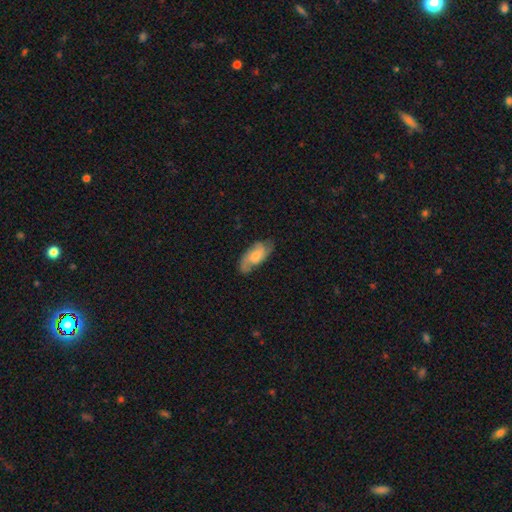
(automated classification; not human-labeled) Smooth or featured: featured or disk — 54% (smooth — 40%)
Edge-on disk: no — 92% (yes — 8%)
Merging: none — 70% (minor disturbance — 22%)